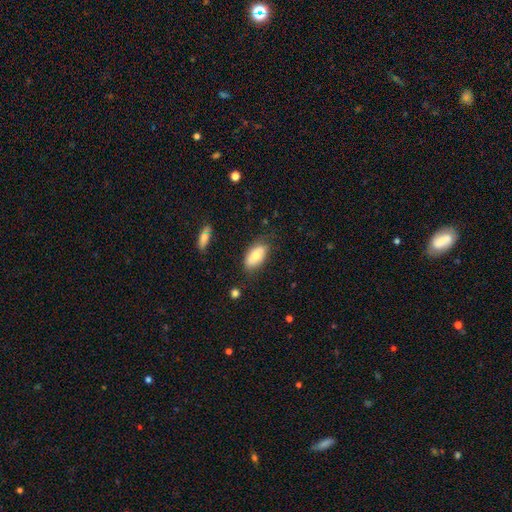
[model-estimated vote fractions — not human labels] smooth_or_featured: smooth (p=0.71) [alt: featured or disk p=0.22]
how_rounded: in between (p=0.93) [alt: round p=0.04]
merging: none (p=0.72) [alt: minor disturbance p=0.21]